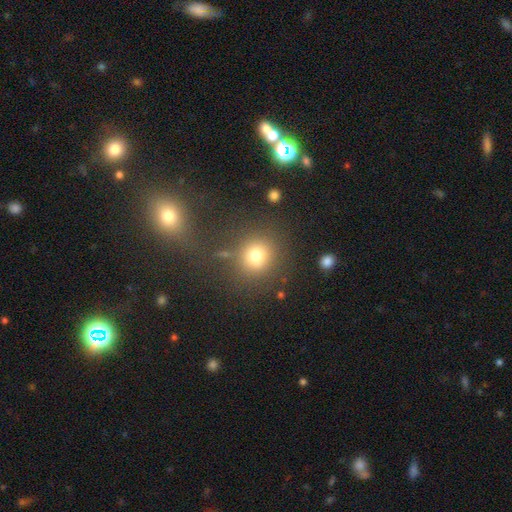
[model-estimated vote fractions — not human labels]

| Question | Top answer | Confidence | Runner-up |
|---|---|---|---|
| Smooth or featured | smooth | 75% | star or artifact (16%) |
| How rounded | round | 84% | in between (15%) |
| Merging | none | 78% | minor disturbance (10%) |